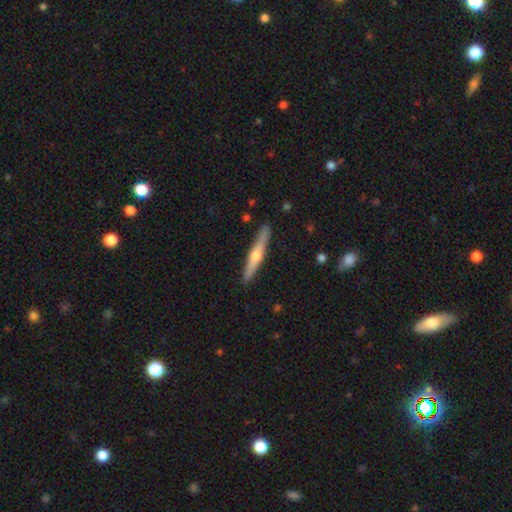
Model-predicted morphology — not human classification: Q: Smooth or featured?
A: featured or disk (59%); runner-up: smooth (35%)
Q: Edge-on disk?
A: yes (96%); runner-up: no (4%)
Q: Edge-on bulge?
A: rounded (87%); runner-up: none (9%)
Q: Merging?
A: none (90%); runner-up: minor disturbance (8%)